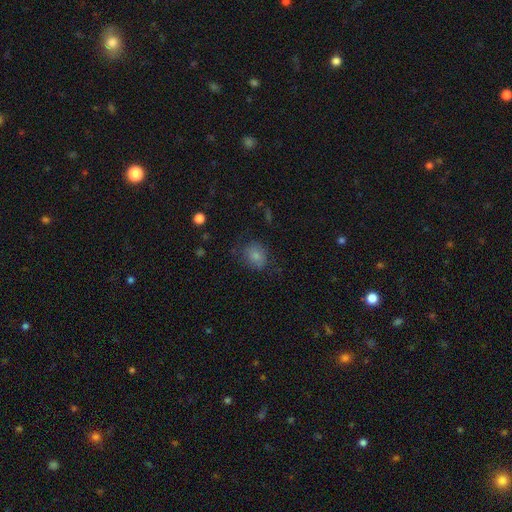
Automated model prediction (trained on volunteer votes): Q: Smooth or featured?
A: smooth (81%); runner-up: star or artifact (10%)
Q: How rounded?
A: round (61%); runner-up: in between (38%)
Q: Merging?
A: none (68%); runner-up: minor disturbance (22%)